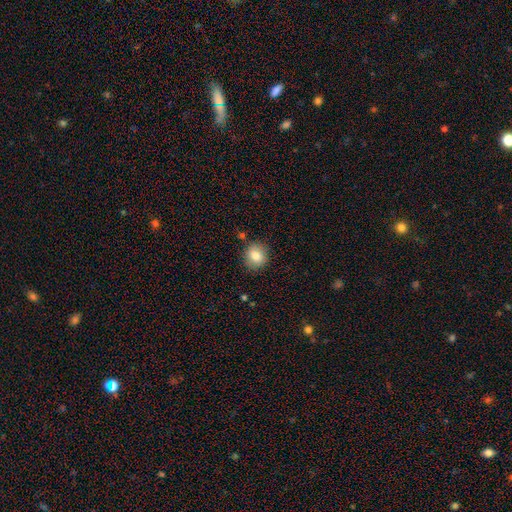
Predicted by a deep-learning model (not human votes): Morphology: type=smooth (81%); roundness=round (77%); merging=none (84%).